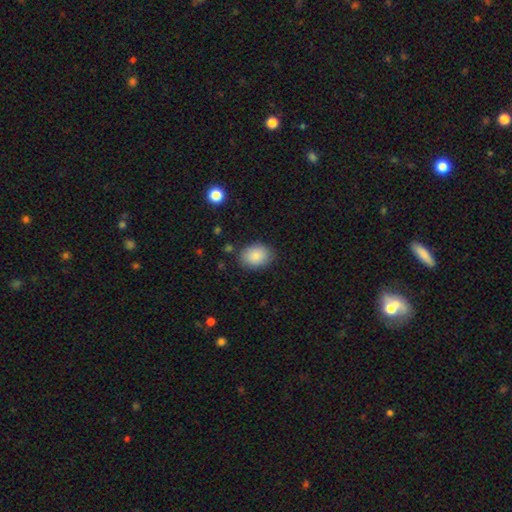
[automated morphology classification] Smooth or featured? Predicted: smooth (p=0.85). How rounded? Predicted: in between (p=0.69). Merging? Predicted: none (p=0.83).